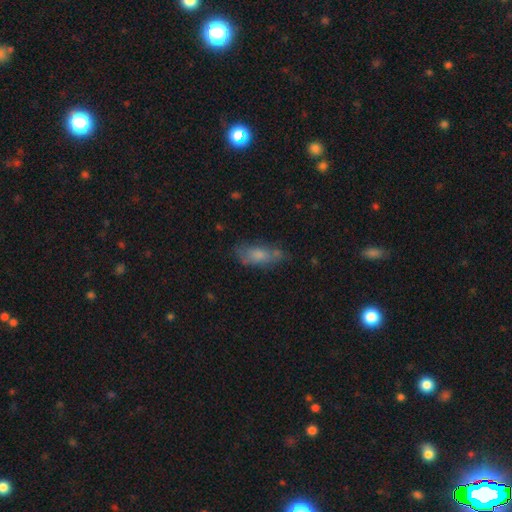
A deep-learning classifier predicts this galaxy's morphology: Smooth or featured: smooth — 54% (featured or disk — 30%)
How rounded: in between — 72% (cigar-shaped — 23%)
Merging: none — 65% (minor disturbance — 23%)